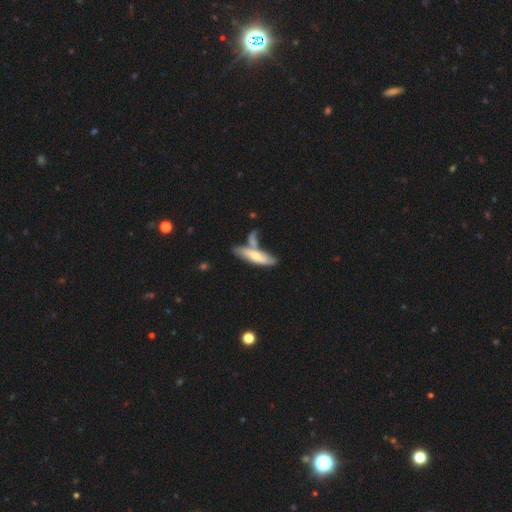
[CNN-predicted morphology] smooth-or-featured: smooth: 52% | featured or disk: 42% | star or artifact: 6%
  how-rounded: cigar-shaped: 62% | in between: 36% | round: 2%
  merging: none: 40% | merger: 37% | minor disturbance: 16% | major disturbance: 7%